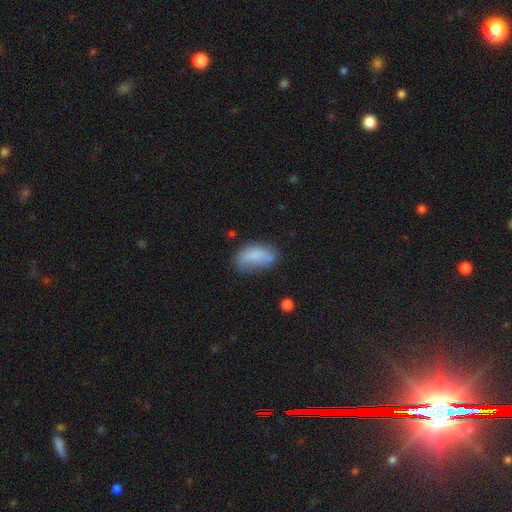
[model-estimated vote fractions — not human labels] smooth_or_featured: smooth (p=0.76) [alt: featured or disk p=0.16]
how_rounded: in between (p=0.91) [alt: cigar-shaped p=0.05]
merging: none (p=0.48) [alt: minor disturbance p=0.31]